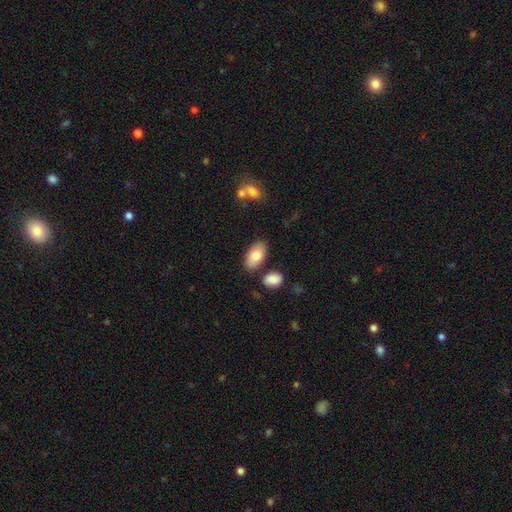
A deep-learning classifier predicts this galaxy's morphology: Overall: smooth (79%). How rounded: in between (94%). Merging: none (80%).